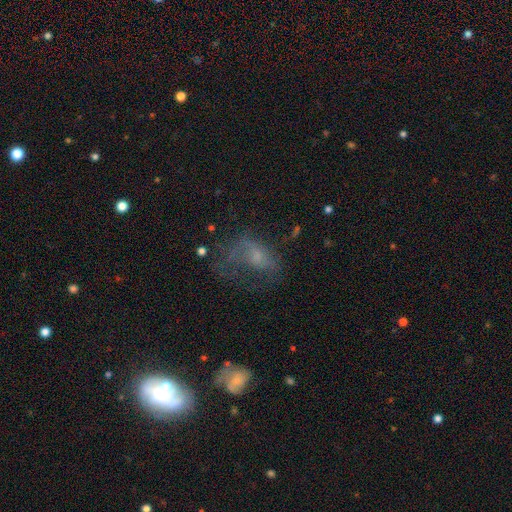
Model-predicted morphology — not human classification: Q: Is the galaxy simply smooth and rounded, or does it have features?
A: featured or disk — 43%.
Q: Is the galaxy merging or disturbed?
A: major disturbance — 46%.